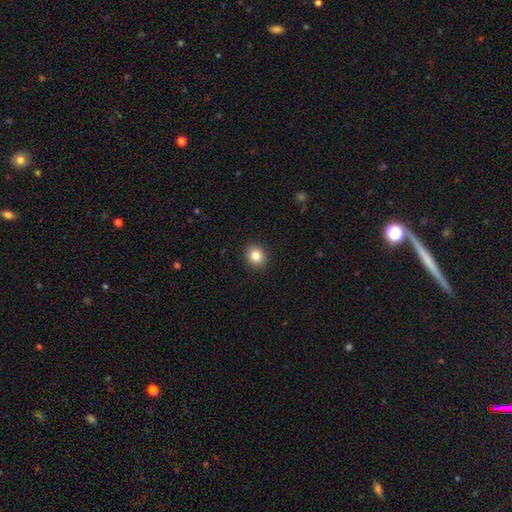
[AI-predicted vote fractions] The model was most divided on "how rounded": round: 70%, in between: 29%, cigar-shaped: 1%. More confident: merging — none (91%); smooth or featured — smooth (84%).